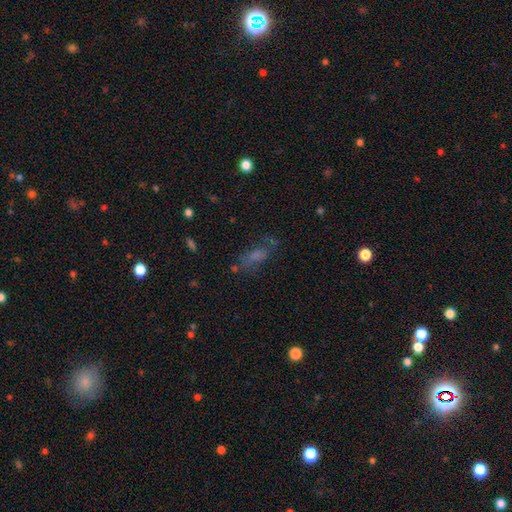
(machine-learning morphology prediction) Overall: smooth (50%; featured or disk 32%). Merging: none (50%; minor disturbance 23%).